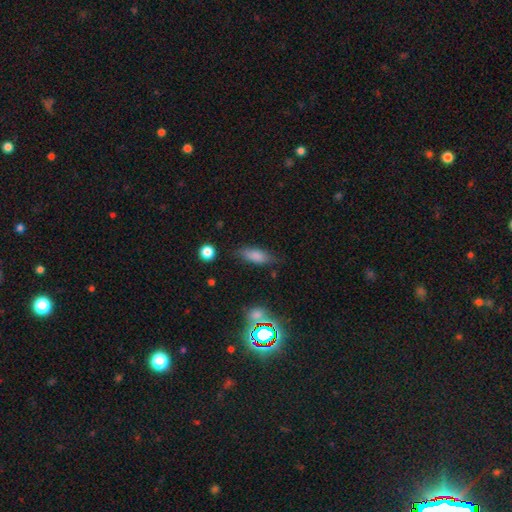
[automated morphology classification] Smooth or featured? Predicted: smooth (p=0.79). How rounded? Predicted: in between (p=0.72). Merging? Predicted: none (p=0.75).